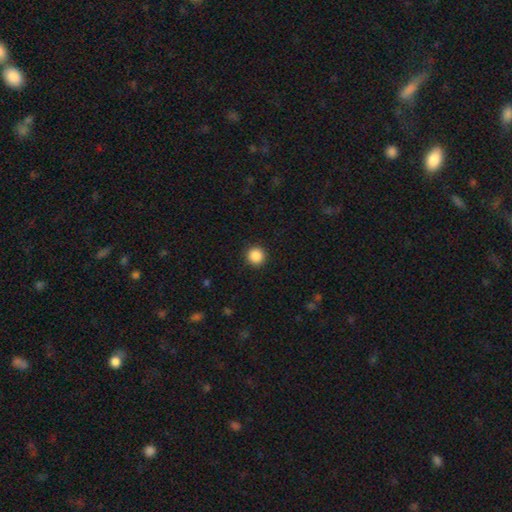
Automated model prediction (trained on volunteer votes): The model was most divided on "smooth or featured": smooth: 88%, star or artifact: 10%, featured or disk: 3%. More confident: how rounded — round (95%); merging — none (92%).